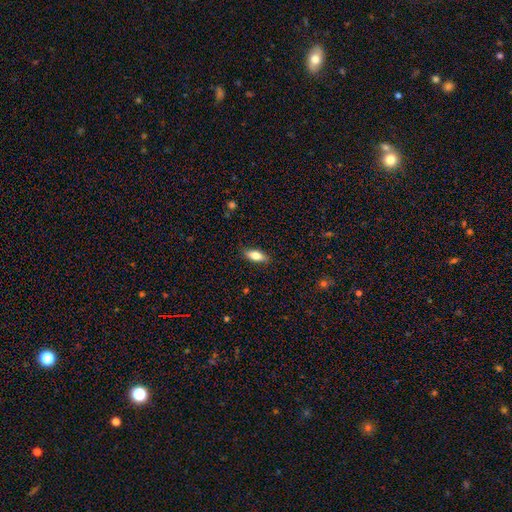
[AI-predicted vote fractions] smooth-or-featured: smooth: 76% | featured or disk: 17% | star or artifact: 7%
  how-rounded: in between: 77% | cigar-shaped: 21% | round: 3%
  merging: none: 84% | minor disturbance: 12% | major disturbance: 2% | merger: 1%